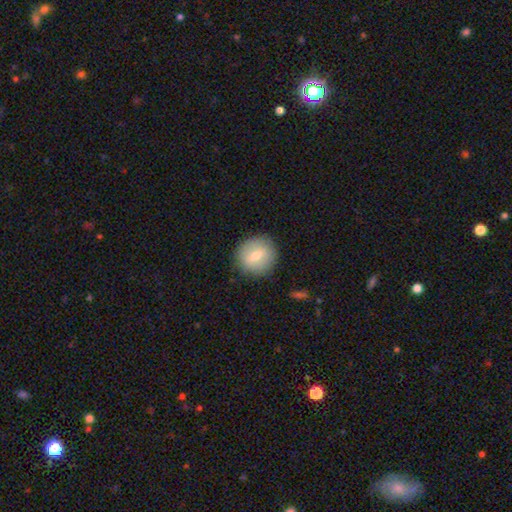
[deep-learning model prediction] smooth_or_featured: smooth (p=0.66) [alt: featured or disk p=0.26]
how_rounded: round (p=0.91) [alt: in between p=0.08]
merging: none (p=0.89) [alt: minor disturbance p=0.08]